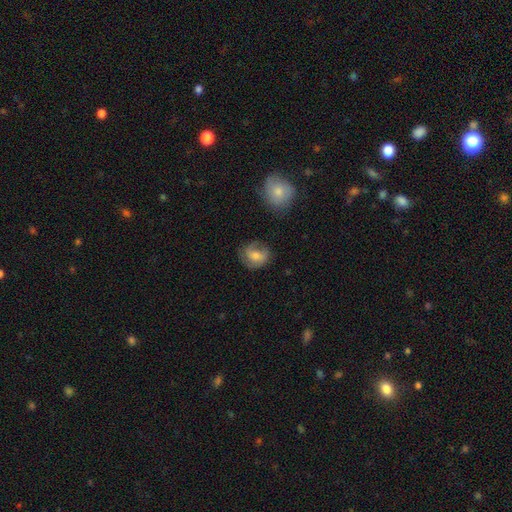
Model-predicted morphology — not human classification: Smooth or featured? smooth (56%)
How rounded? round (71%)
Merging? none (68%)